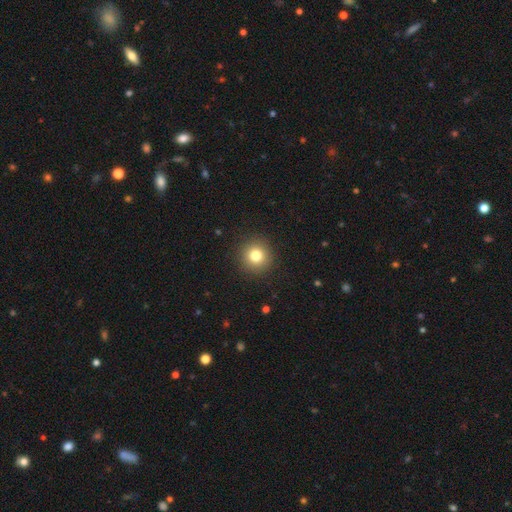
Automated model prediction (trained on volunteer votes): Overall: smooth (80%). How rounded: round (94%). Merging: none (92%).